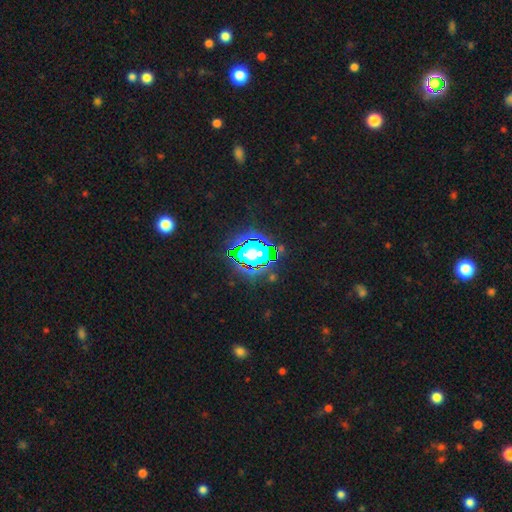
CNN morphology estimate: The model was most divided on "smooth or featured": star or artifact: 61%, smooth: 24%, featured or disk: 14%.